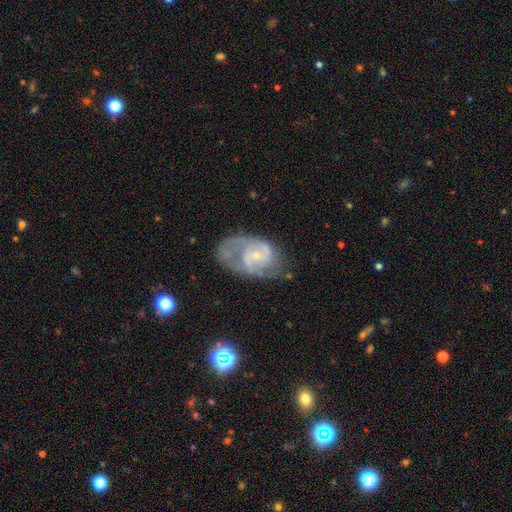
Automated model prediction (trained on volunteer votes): This is likely a featured or disk galaxy (77%). It is clearly not viewed edge-on (97%). Bar: likely no (62%). Spiral arm pattern: clearly yes (85%). Spiral arm count: possibly 2 (55%). Spiral winding: possibly medium (46%). Central bulge: likely small (73%). Merging: possibly none (46%).